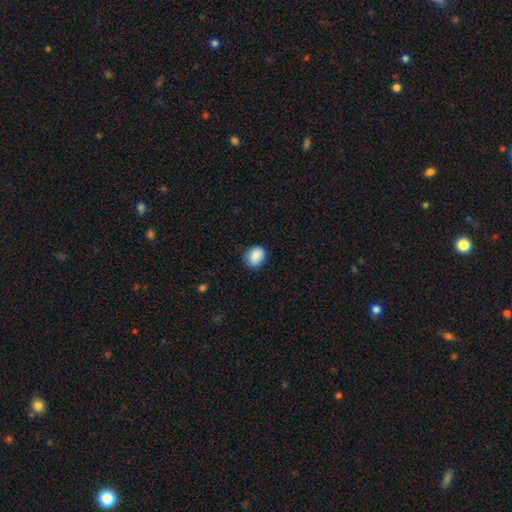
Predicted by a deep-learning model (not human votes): Smooth or featured: smooth — 87% (star or artifact — 8%)
How rounded: round — 53% (in between — 46%)
Merging: none — 78% (minor disturbance — 18%)